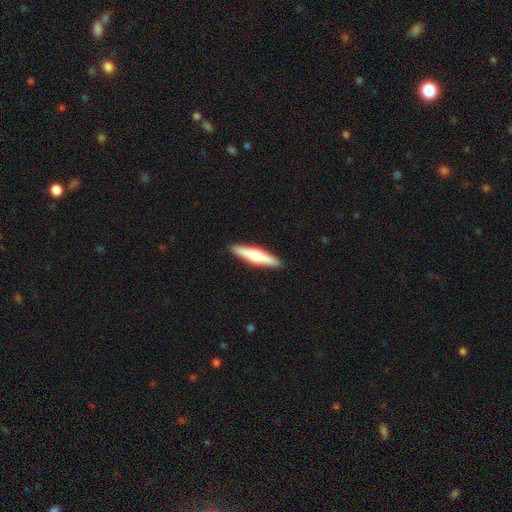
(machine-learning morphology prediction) smooth-or-featured: smooth: 57% | featured or disk: 38% | star or artifact: 5%
  how-rounded: cigar-shaped: 85% | in between: 14% | round: 2%
  merging: none: 91% | minor disturbance: 7% | major disturbance: 1% | merger: 1%